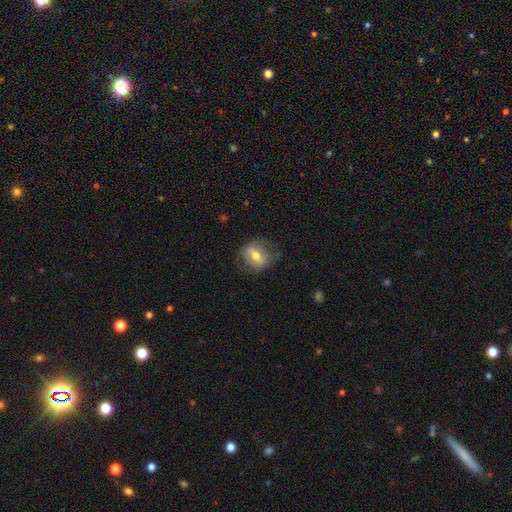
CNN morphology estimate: Smooth or featured?
  - featured or disk: 49% *
  - smooth: 43%
  - star or artifact: 7%
Merging?
  - none: 67% *
  - minor disturbance: 20%
  - major disturbance: 12%
  - merger: 1%